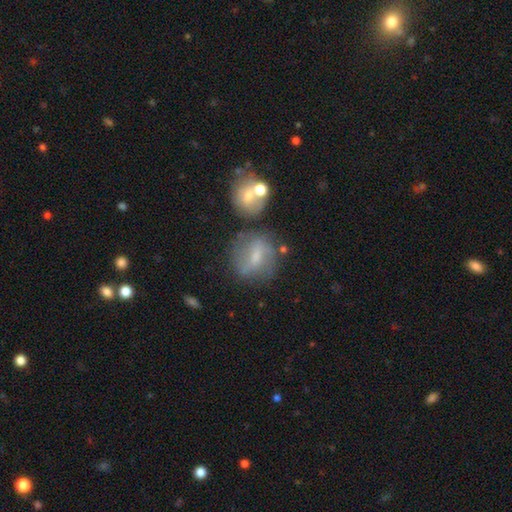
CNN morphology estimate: Overall: featured or disk (46%; smooth 43%). Merging: none (60%).